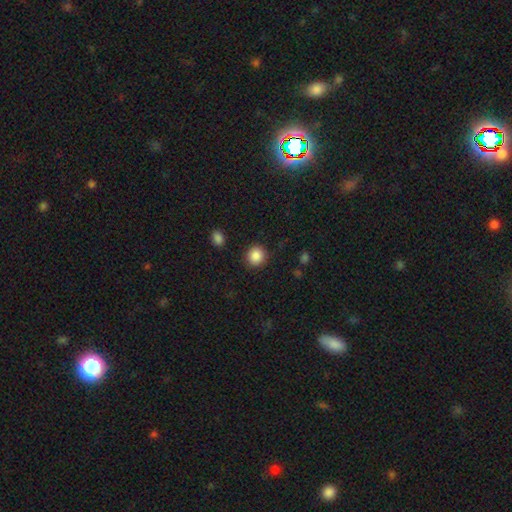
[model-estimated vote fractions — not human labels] Overall: smooth (87%). How rounded: round (90%). Merging: none (90%).